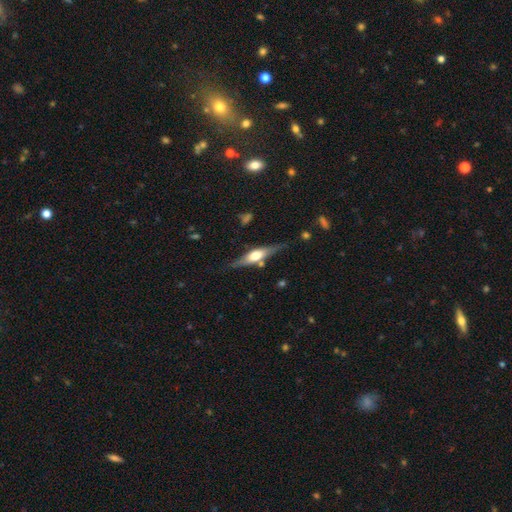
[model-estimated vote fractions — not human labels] A featured or disk galaxy (62%) viewed edge-on (92%) with a rounded central bulge (87%).

Vote fractions:
- Smooth or featured? featured or disk: 62% / smooth: 32% / star or artifact: 6%
- Edge-on disk? yes: 92% / no: 8%
- Edge-on bulge? rounded: 87% / boxy: 10% / none: 3%
- Merging? none: 75% / minor disturbance: 16% / merger: 5% / major disturbance: 4%